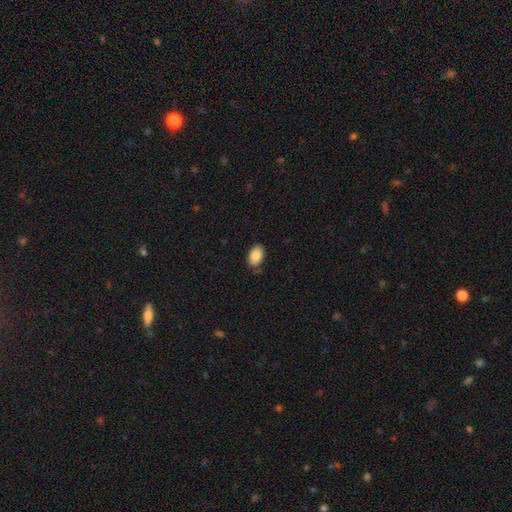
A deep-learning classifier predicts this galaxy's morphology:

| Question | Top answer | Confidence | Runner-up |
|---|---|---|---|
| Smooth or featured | smooth | 87% | star or artifact (7%) |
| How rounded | in between | 91% | round (7%) |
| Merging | none | 81% | minor disturbance (15%) |